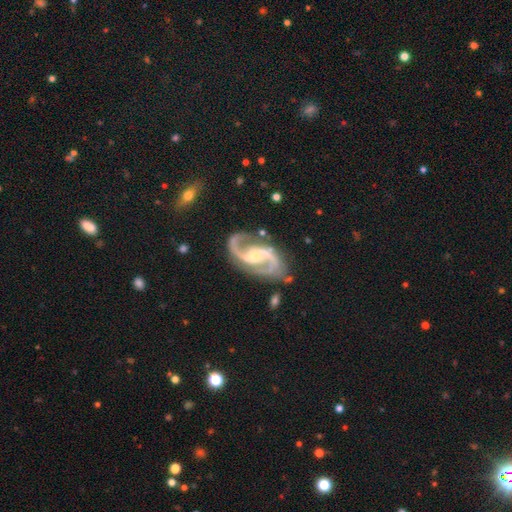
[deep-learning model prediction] Smooth or featured?
  - featured or disk: 94% *
  - star or artifact: 4%
  - smooth: 2%
Edge-on disk?
  - no: 98% *
  - yes: 2%
Bar?
  - weak: 45% *
  - no: 32%
  - strong: 23%
Spiral arms?
  - yes: 99% *
  - no: 1%
Spiral winding?
  - medium: 57% *
  - loose: 31%
  - tight: 11%
Spiral arm count?
  - 2: 94% *
  - 3: 1%
  - can't tell: 1%
  - 1: 1%
  - 4: 1%
  - more than 4: 1%
Bulge size?
  - moderate: 48% *
  - small: 40%
  - none: 6%
  - large: 5%
  - dominant: 1%
Merging?
  - none: 75% *
  - minor disturbance: 16%
  - major disturbance: 6%
  - merger: 3%